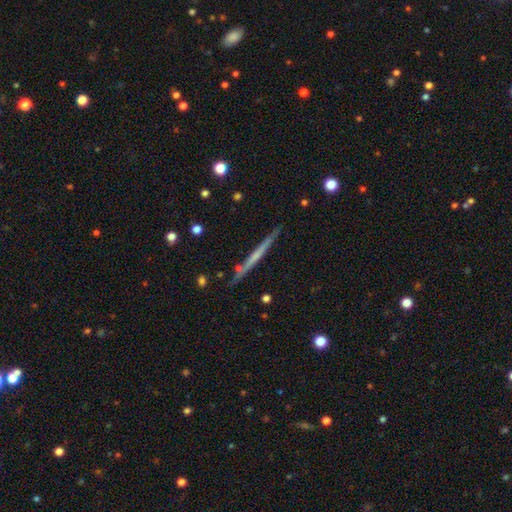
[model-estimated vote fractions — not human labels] This appears to be a featured or disk galaxy (56%) viewed edge-on (97%) with no central bulge (83%). Merging: none (86%).